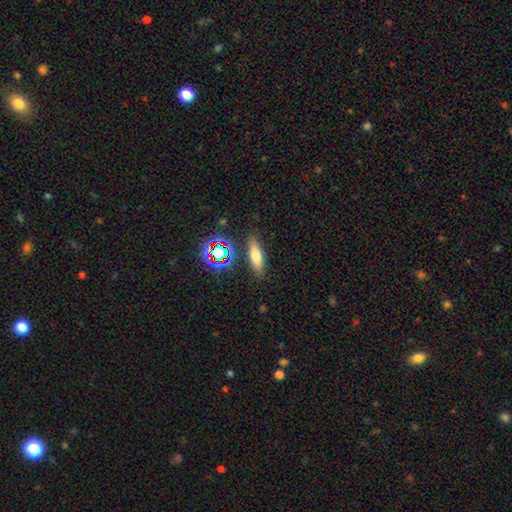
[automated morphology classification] smooth_or_featured: smooth (p=0.63) [alt: featured or disk p=0.22]
how_rounded: cigar-shaped (p=0.57) [alt: in between p=0.38]
merging: none (p=0.84) [alt: minor disturbance p=0.10]